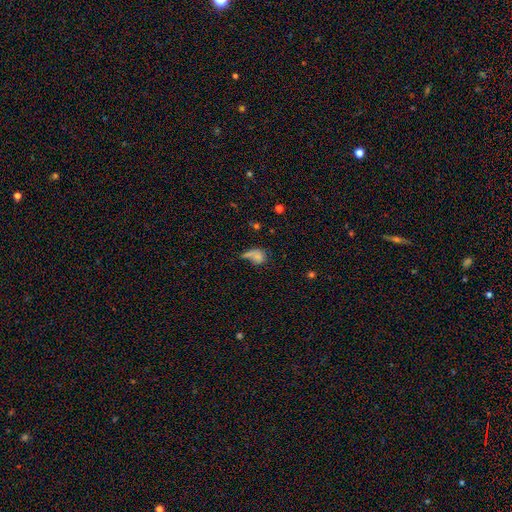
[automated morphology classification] smooth 67%, featured or disk 19%, star or artifact 14%. Down the decision tree: how rounded — in between (50%); merging — none (32%).